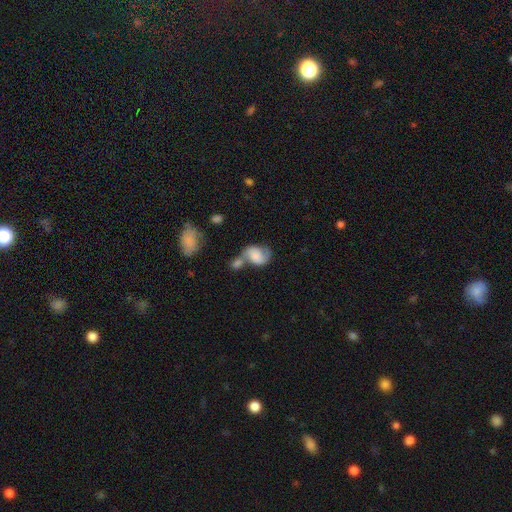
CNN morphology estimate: Smooth or featured? smooth (47%)
Merging? merger (50%)